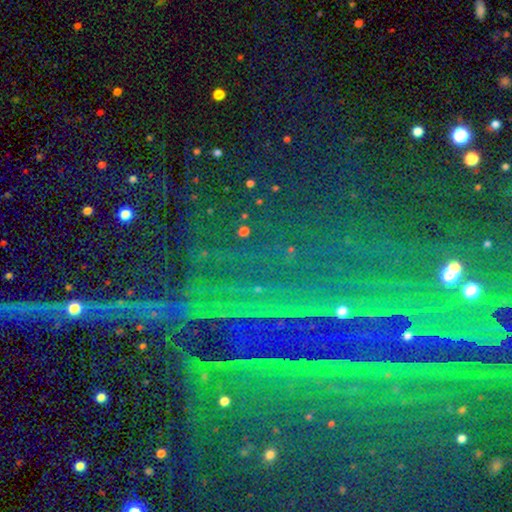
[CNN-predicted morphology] smooth_or_featured: star or artifact (p=0.87) [alt: smooth p=0.07]